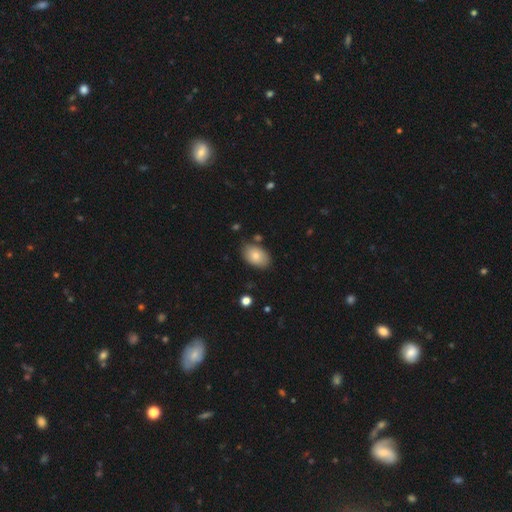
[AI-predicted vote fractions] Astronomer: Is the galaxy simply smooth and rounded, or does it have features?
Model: smooth — 80%.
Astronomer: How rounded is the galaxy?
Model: in between — 90%.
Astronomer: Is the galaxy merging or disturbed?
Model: none — 77%.